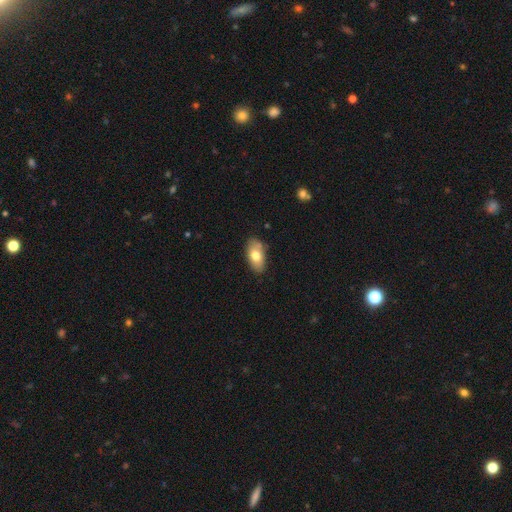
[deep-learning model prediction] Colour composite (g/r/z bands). It shows a smooth galaxy with no disk features (74%) that is in between round and cigar-shaped (92%). Merging: none (76%).